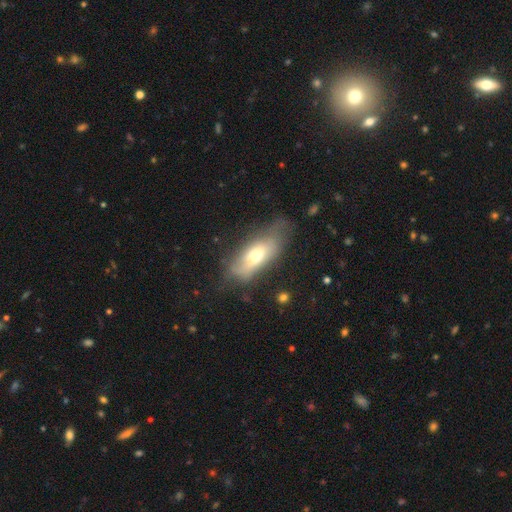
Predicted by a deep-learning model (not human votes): Smooth or featured? Predicted: smooth (p=0.57). How rounded? Predicted: in between (p=0.76). Merging? Predicted: none (p=0.44).